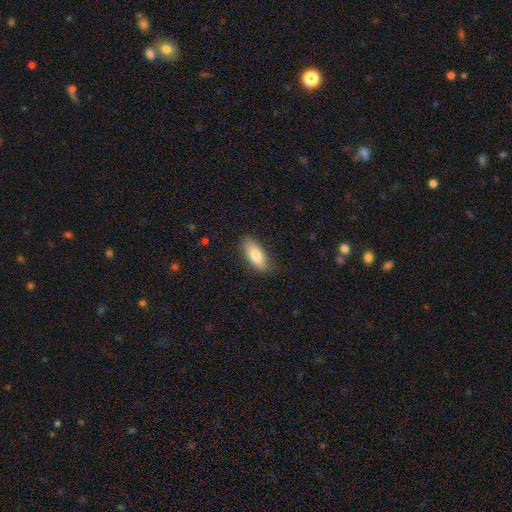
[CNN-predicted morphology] A smooth galaxy with no disk features (81%) that is in between round and cigar-shaped (79%).

Vote fractions:
- Smooth or featured? smooth: 81% / featured or disk: 12% / star or artifact: 6%
- How rounded? in between: 79% / cigar-shaped: 18% / round: 2%
- Merging? none: 83% / minor disturbance: 14% / major disturbance: 3% / merger: 1%